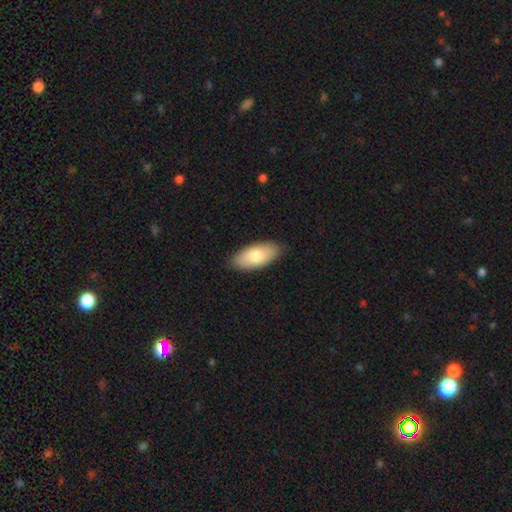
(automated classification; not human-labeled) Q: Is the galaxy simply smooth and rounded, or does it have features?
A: smooth — 80%.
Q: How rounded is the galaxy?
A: in between — 90%.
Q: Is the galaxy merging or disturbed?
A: none — 87%.